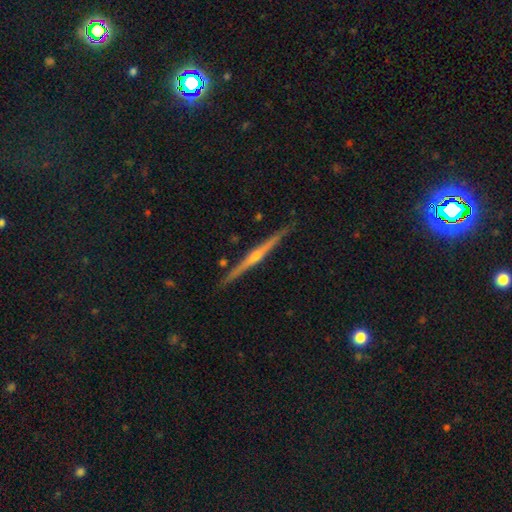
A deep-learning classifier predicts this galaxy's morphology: This is clearly a featured or disk galaxy (85%). It is clearly viewed edge-on (98%). Edge-on bulge: clearly rounded (85%). Merging: clearly none (91%).